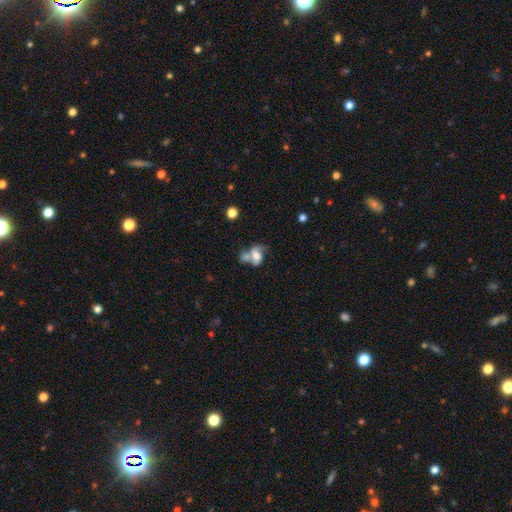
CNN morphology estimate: smooth-or-featured: smooth: 50% | featured or disk: 39% | star or artifact: 11%
  merging: merger: 55% | none: 19% | major disturbance: 14% | minor disturbance: 11%